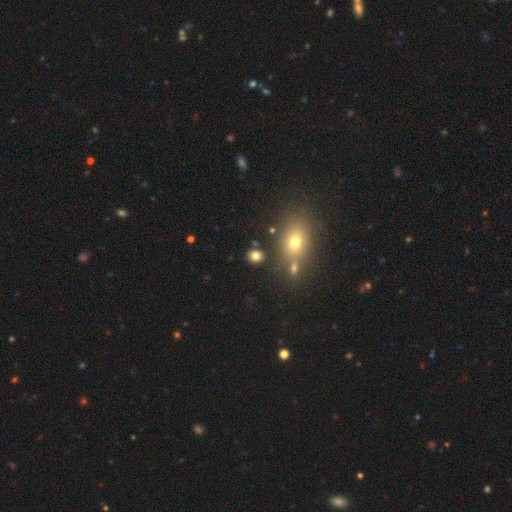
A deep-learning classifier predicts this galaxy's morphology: A smooth galaxy with no disk features (78%) that is round (71%). Merging: none (81%).